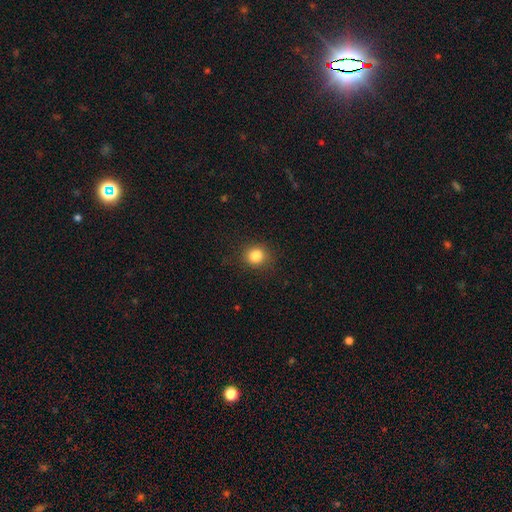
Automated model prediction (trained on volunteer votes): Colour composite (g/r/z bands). It shows a smooth galaxy with no disk features (84%) that is round (82%). Merging: none (88%).